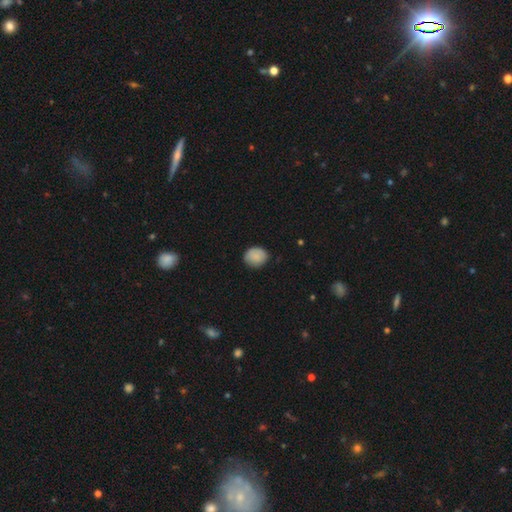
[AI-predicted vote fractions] Smooth or featured?
  - smooth: 86% *
  - star or artifact: 7%
  - featured or disk: 7%
How rounded?
  - round: 62% *
  - in between: 37%
  - cigar-shaped: 1%
Merging?
  - none: 81% *
  - minor disturbance: 16%
  - major disturbance: 2%
  - merger: 1%